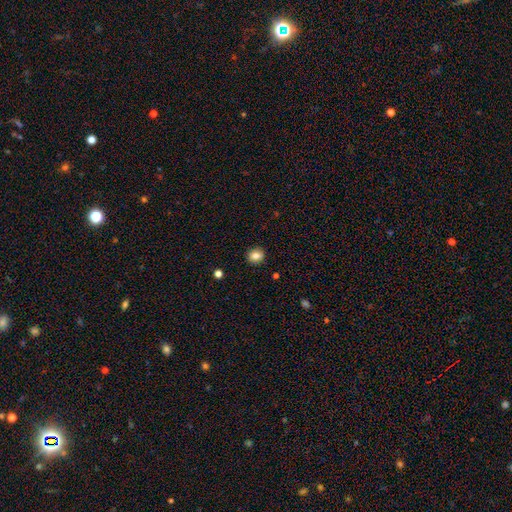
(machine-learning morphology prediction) A smooth galaxy with no disk features (84%) that is round (76%).

Vote fractions:
- Smooth or featured? smooth: 84% / star or artifact: 10% / featured or disk: 6%
- How rounded? round: 76% / in between: 23% / cigar-shaped: 1%
- Merging? none: 91% / minor disturbance: 6% / major disturbance: 2% / merger: 1%